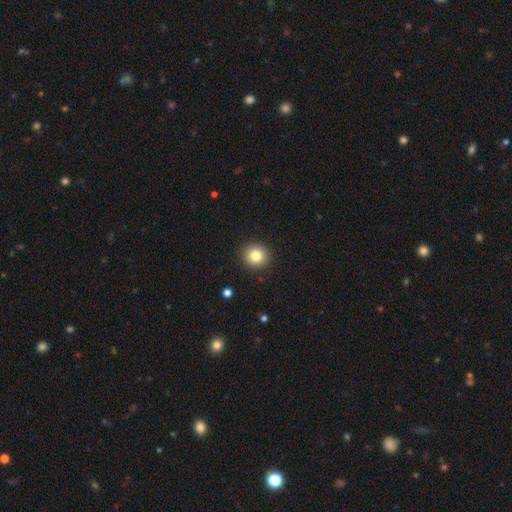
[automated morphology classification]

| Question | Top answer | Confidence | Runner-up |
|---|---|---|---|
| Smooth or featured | smooth | 82% | star or artifact (11%) |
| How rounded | round | 89% | in between (10%) |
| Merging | none | 92% | minor disturbance (5%) |